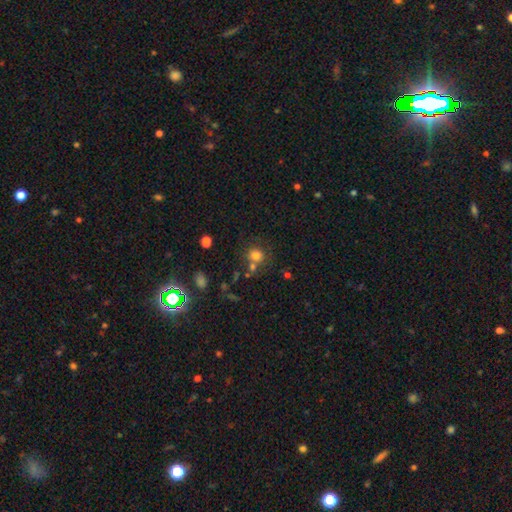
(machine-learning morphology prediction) smooth-or-featured: smooth: 76% | star or artifact: 14% | featured or disk: 9%
  how-rounded: round: 81% | in between: 18% | cigar-shaped: 1%
  merging: none: 57% | merger: 25% | minor disturbance: 12% | major disturbance: 6%